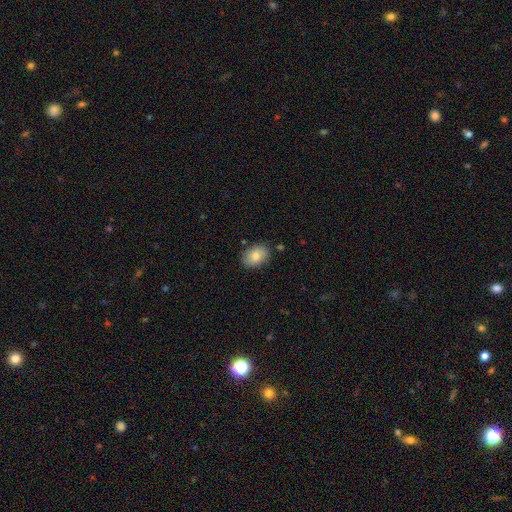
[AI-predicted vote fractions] smooth-or-featured: smooth: 79% | featured or disk: 13% | star or artifact: 8%
  how-rounded: in between: 79% | round: 20% | cigar-shaped: 1%
  merging: none: 83% | minor disturbance: 12% | major disturbance: 2% | merger: 2%